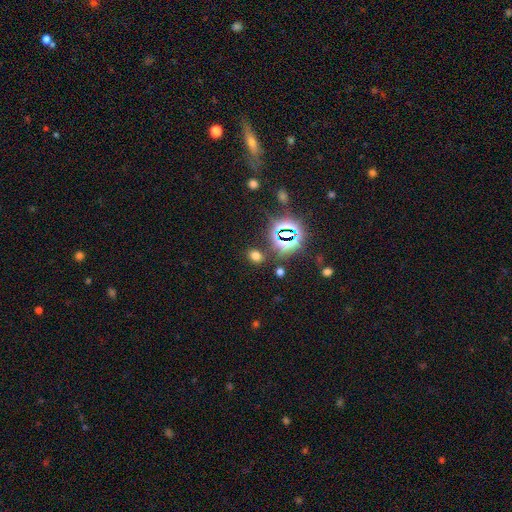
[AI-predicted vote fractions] smooth_or_featured: smooth (p=0.60) [alt: star or artifact p=0.33]
how_rounded: in between (p=0.56) [alt: round p=0.43]
merging: none (p=0.82) [alt: minor disturbance p=0.09]